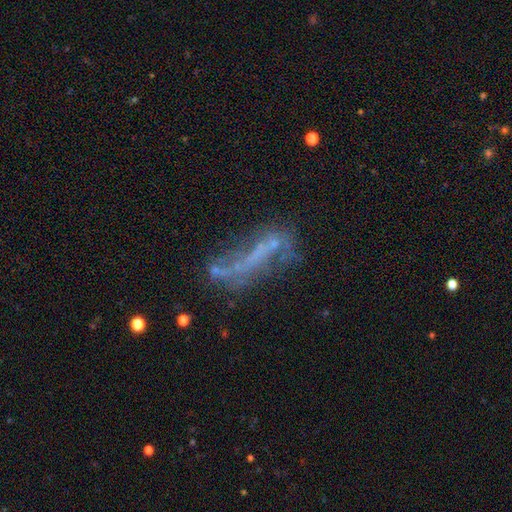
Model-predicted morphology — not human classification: This appears to be a featured or disk galaxy (57%). Merging: none (37%).